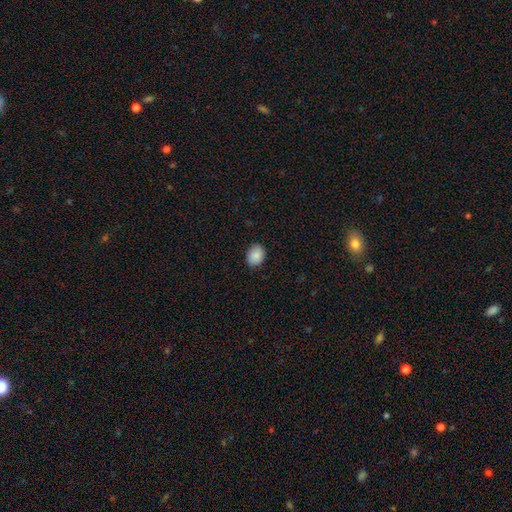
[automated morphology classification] This appears to be a smooth galaxy with no disk features (88%) that is in between round and cigar-shaped (54%). Merging: none (86%).